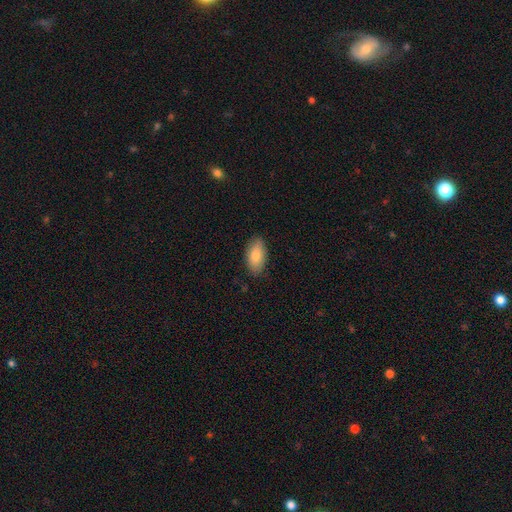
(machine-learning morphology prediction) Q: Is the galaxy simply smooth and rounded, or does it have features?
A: smooth — 83%.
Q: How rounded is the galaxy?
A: in between — 93%.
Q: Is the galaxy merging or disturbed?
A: none — 86%.